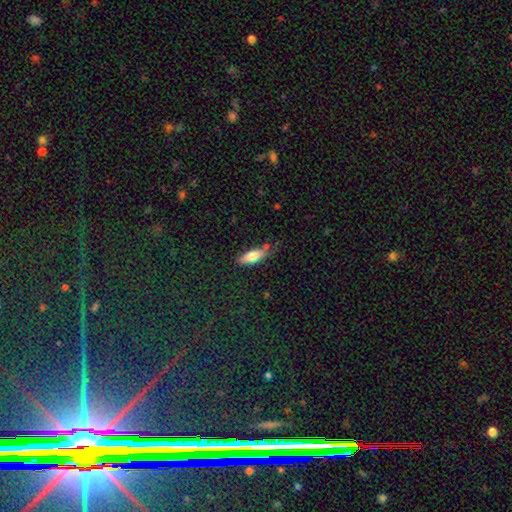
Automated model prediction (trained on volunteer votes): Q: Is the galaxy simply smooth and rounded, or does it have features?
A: smooth — 78%.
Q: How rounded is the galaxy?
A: in between — 65%.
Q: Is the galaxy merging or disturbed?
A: none — 65%.